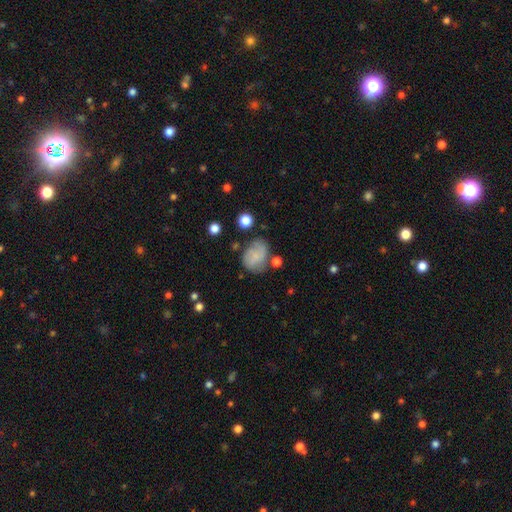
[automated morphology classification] A smooth galaxy with no disk features (60%) that is in between round and cigar-shaped (56%). Merging: none (50%).